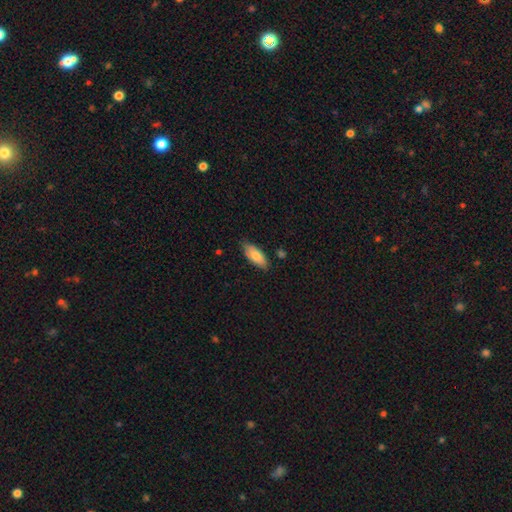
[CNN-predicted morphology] Smooth or featured: smooth — 78% (featured or disk — 16%)
How rounded: in between — 81% (cigar-shaped — 16%)
Merging: none — 80% (minor disturbance — 16%)